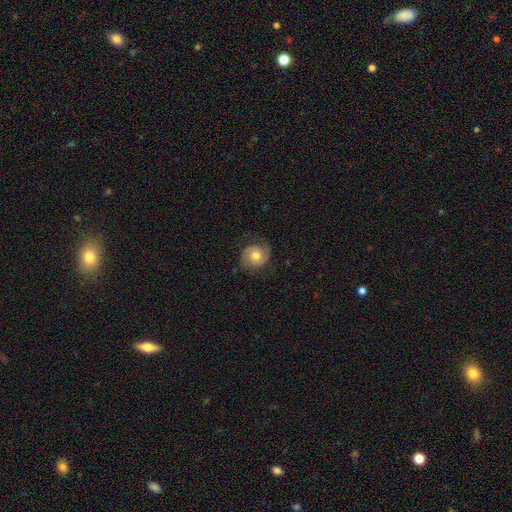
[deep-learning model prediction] Smooth or featured? Predicted: featured or disk (p=0.59). Edge-on disk? Predicted: no (p=0.97). Bar? Predicted: no (p=0.74). Spiral arms? Predicted: yes (p=0.89). Spiral winding? Predicted: medium (p=0.42). Spiral arm count? Predicted: 2 (p=0.88). Bulge size? Predicted: moderate (p=0.72). Merging? Predicted: none (p=0.78).